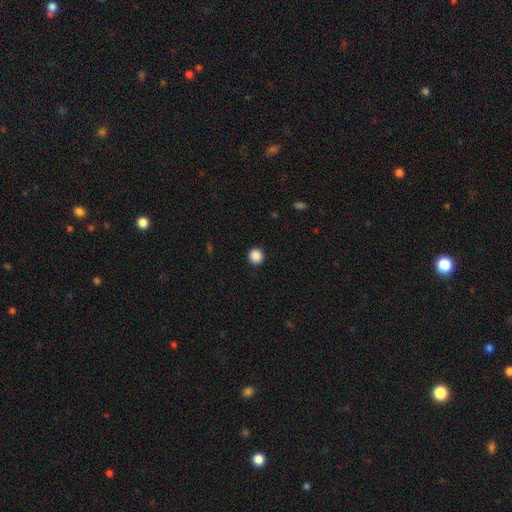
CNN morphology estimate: A smooth galaxy with no disk features (88%) that is round (93%).

Vote fractions:
- Smooth or featured? smooth: 88% / star or artifact: 10% / featured or disk: 2%
- How rounded? round: 93% / in between: 7% / cigar-shaped: 1%
- Merging? none: 92% / minor disturbance: 5% / major disturbance: 2% / merger: 1%